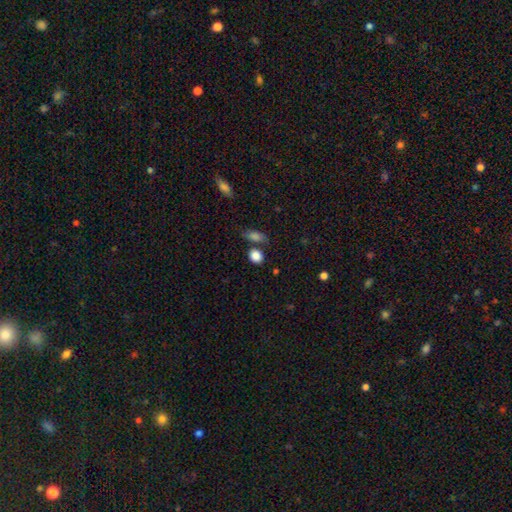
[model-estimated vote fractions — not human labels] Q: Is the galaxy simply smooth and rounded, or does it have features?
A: smooth — 85%.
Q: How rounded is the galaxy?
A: round — 63%.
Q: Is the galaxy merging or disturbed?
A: none — 69%.